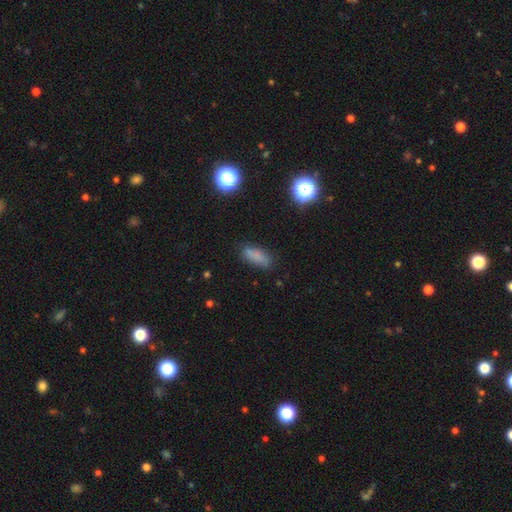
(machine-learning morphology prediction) The model was most divided on "how rounded": in between: 72%, cigar-shaped: 23%, round: 4%. More confident: smooth or featured — smooth (75%); merging — none (71%).